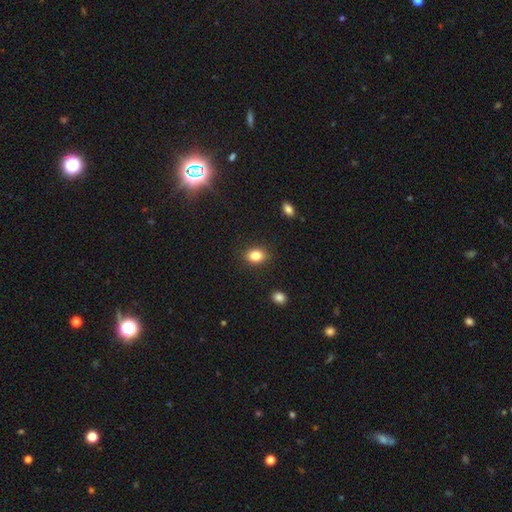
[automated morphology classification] Q: Smooth or featured?
A: smooth (84%); runner-up: star or artifact (10%)
Q: How rounded?
A: in between (66%); runner-up: round (33%)
Q: Merging?
A: none (87%); runner-up: minor disturbance (9%)